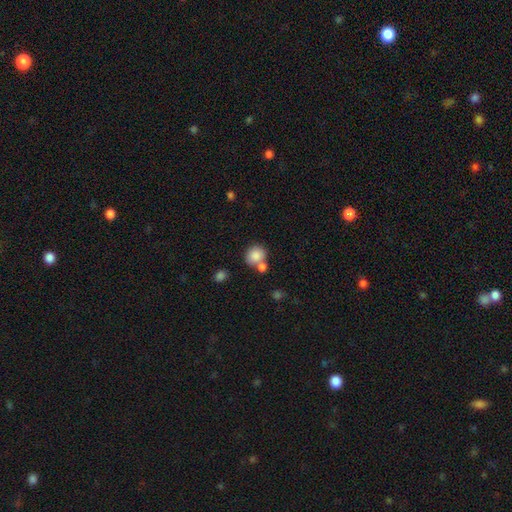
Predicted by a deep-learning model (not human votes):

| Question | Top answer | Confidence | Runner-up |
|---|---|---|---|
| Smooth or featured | smooth | 84% | star or artifact (9%) |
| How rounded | round | 80% | in between (19%) |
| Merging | none | 54% | merger (31%) |